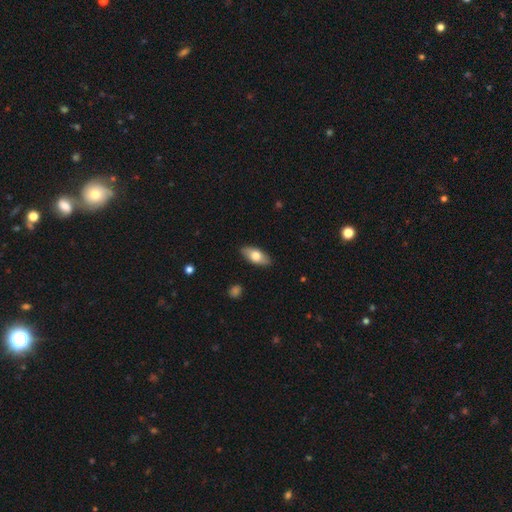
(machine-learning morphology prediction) Smooth or featured? Predicted: smooth (p=0.72). How rounded? Predicted: in between (p=0.87). Merging? Predicted: none (p=0.88).